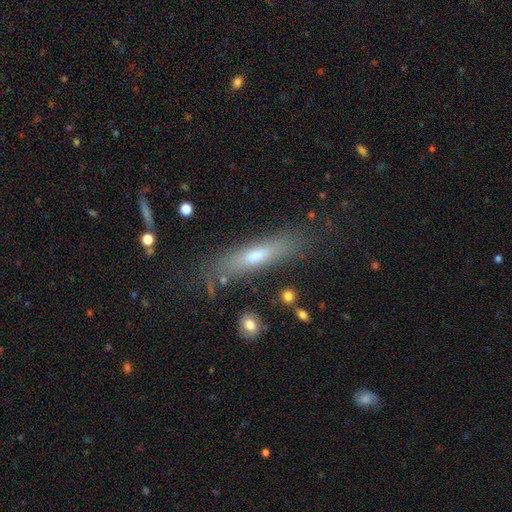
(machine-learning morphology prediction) This appears to be a smooth galaxy with no disk features (58%) that is cigar-shaped (77%). Merging: none (76%).